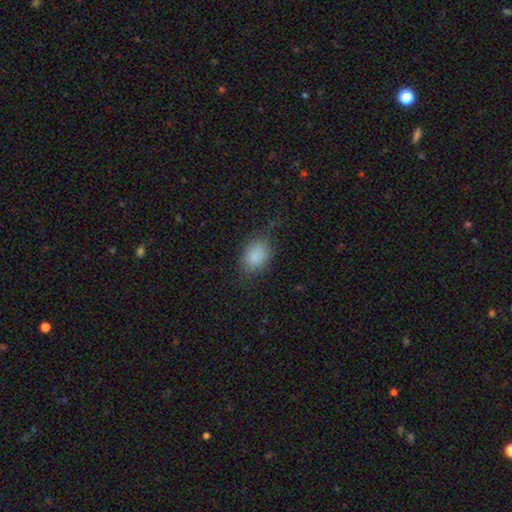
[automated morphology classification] Smooth or featured: smooth — 86% (star or artifact — 8%)
How rounded: in between — 78% (round — 20%)
Merging: none — 73% (minor disturbance — 19%)